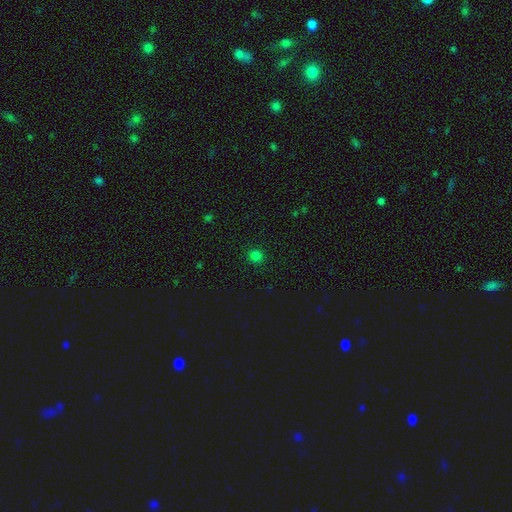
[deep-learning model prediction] Smooth or featured? Predicted: smooth (p=0.79). How rounded? Predicted: round (p=0.92). Merging? Predicted: none (p=0.92).